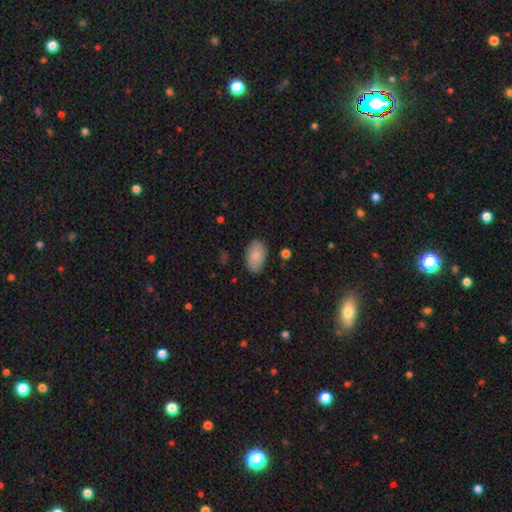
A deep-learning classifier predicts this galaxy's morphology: type=smooth (80%); roundness=in between (93%); merging=none (84%).